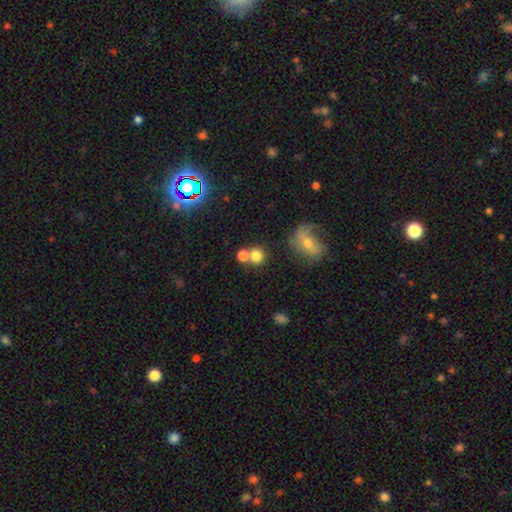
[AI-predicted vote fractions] Smooth or featured?
  - smooth: 78% *
  - star or artifact: 12%
  - featured or disk: 10%
How rounded?
  - round: 84% *
  - in between: 15%
  - cigar-shaped: 1%
Merging?
  - none: 53% *
  - merger: 33%
  - minor disturbance: 9%
  - major disturbance: 5%